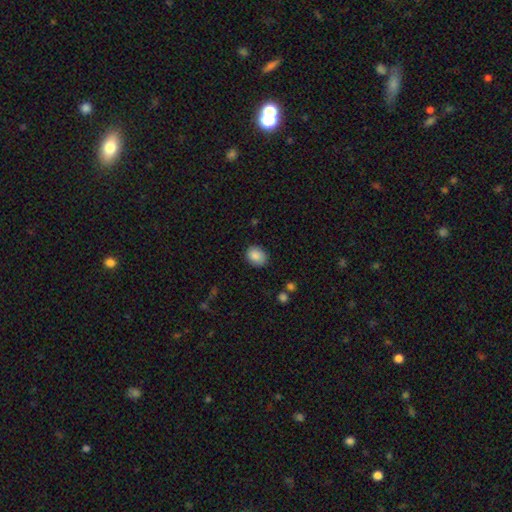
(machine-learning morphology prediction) Smooth or featured?
  - smooth: 88% *
  - star or artifact: 8%
  - featured or disk: 5%
How rounded?
  - in between: 55% *
  - round: 44%
  - cigar-shaped: 1%
Merging?
  - none: 85% *
  - minor disturbance: 11%
  - major disturbance: 3%
  - merger: 1%